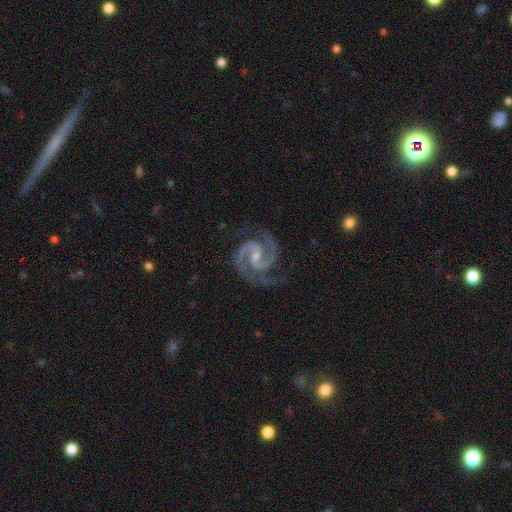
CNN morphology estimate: smooth_or_featured: featured or disk (p=0.95) [alt: star or artifact p=0.03]
disk_edge_on: no (p=0.98) [alt: yes p=0.02]
bar: weak (p=0.48) [alt: no p=0.31]
has_spiral_arms: yes (p=0.99) [alt: no p=0.01]
spiral_winding: medium (p=0.61) [alt: tight p=0.34]
spiral_arm_count: 2 (p=0.91) [alt: 3 p=0.05]
bulge_size: small (p=0.59) [alt: moderate p=0.29]
merging: none (p=0.78) [alt: minor disturbance p=0.16]